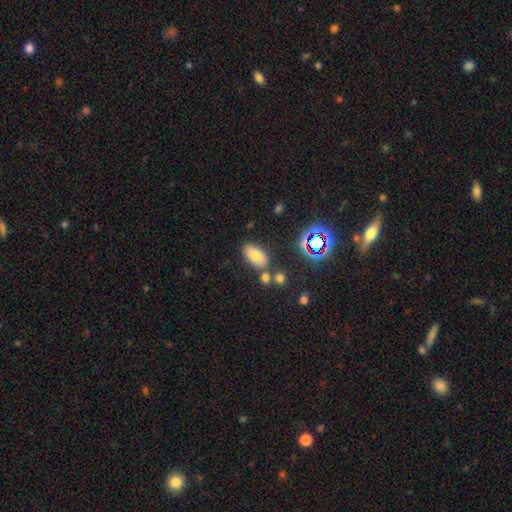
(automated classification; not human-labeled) smooth_or_featured: smooth (p=0.73) [alt: star or artifact p=0.16]
how_rounded: in between (p=0.90) [alt: round p=0.06]
merging: none (p=0.75) [alt: minor disturbance p=0.12]